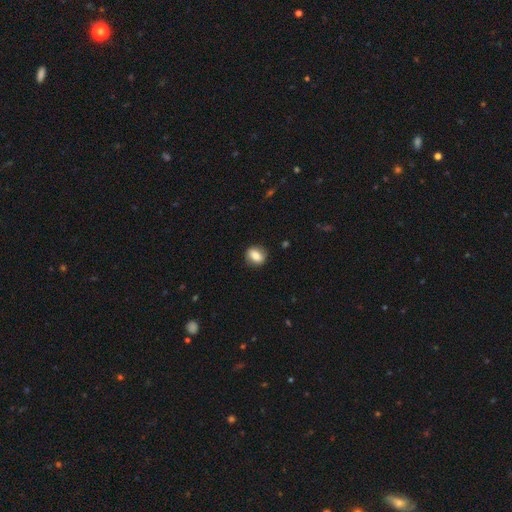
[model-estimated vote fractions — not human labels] Smooth or featured: smooth — 76% (featured or disk — 16%)
How rounded: in between — 56% (round — 42%)
Merging: none — 85% (minor disturbance — 11%)